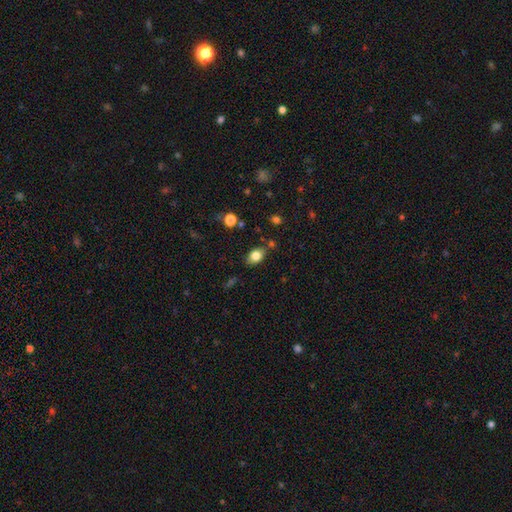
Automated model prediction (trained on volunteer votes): Morphology: type=smooth (81%); roundness=in between (75%); merging=none (76%).